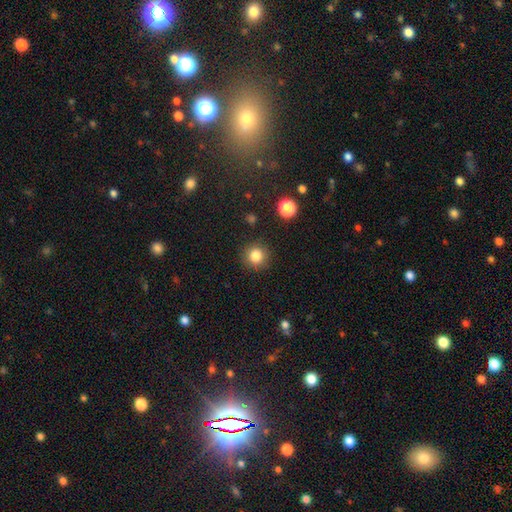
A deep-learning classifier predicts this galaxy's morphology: Smooth or featured: smooth — 83% (star or artifact — 12%)
How rounded: round — 93% (in between — 6%)
Merging: none — 89% (minor disturbance — 7%)